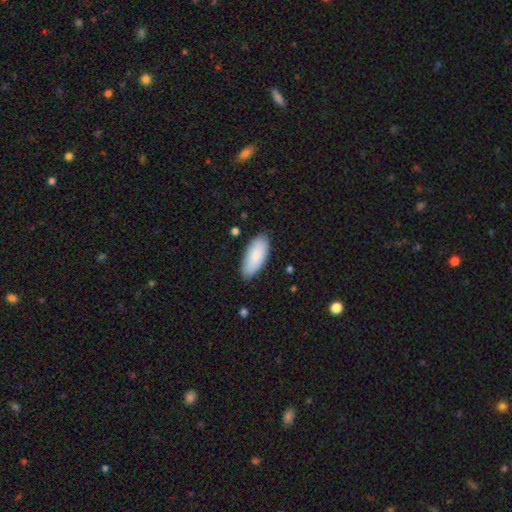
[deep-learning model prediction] The model was most divided on "merging": none: 84%, minor disturbance: 13%, major disturbance: 2%, merger: 1%. More confident: how rounded — in between (90%); smooth or featured — smooth (86%).